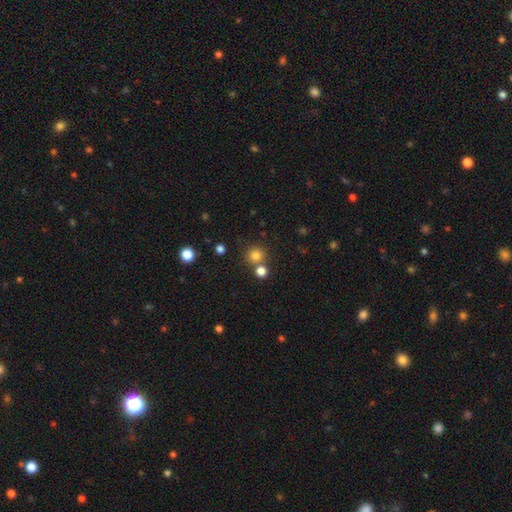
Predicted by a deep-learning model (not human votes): Overall: smooth (79%). How rounded: round (93%). Merging: none (72%).